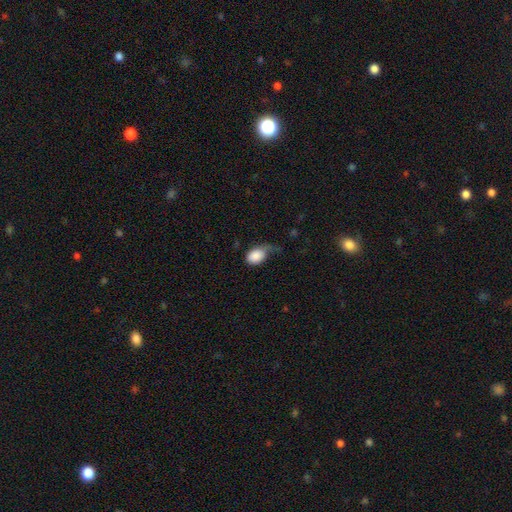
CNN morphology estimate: smooth_or_featured: smooth (p=0.83) [alt: featured or disk p=0.11]
how_rounded: in between (p=0.76) [alt: round p=0.22]
merging: major disturbance (p=0.40) [alt: minor disturbance p=0.31]